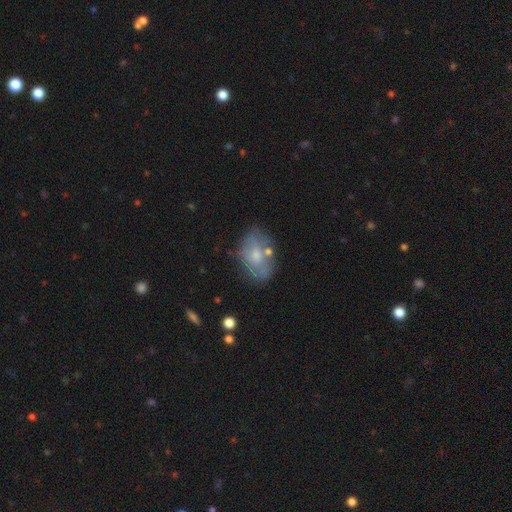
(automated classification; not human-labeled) A smooth galaxy with no disk features (53%) that is in between round and cigar-shaped (83%). Merging: none (58%).